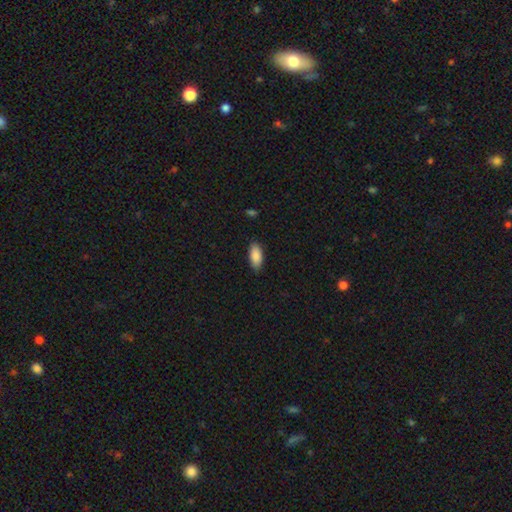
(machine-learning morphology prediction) Smooth or featured?
  - smooth: 89% *
  - star or artifact: 6%
  - featured or disk: 5%
How rounded?
  - in between: 89% *
  - cigar-shaped: 9%
  - round: 2%
Merging?
  - none: 86% *
  - minor disturbance: 11%
  - major disturbance: 2%
  - merger: 1%